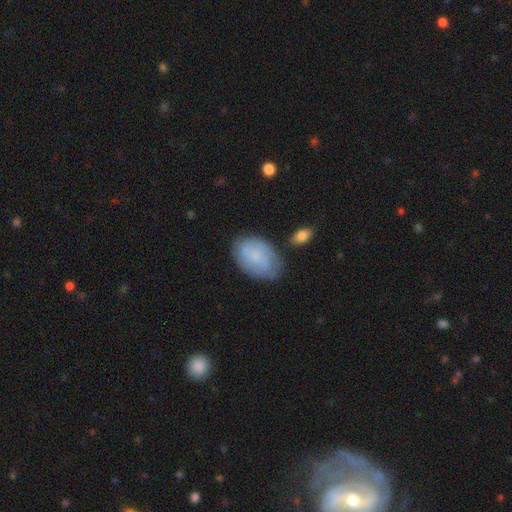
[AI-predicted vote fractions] Morphology: type=smooth (51%); roundness=in between (87%); merging=none (72%).